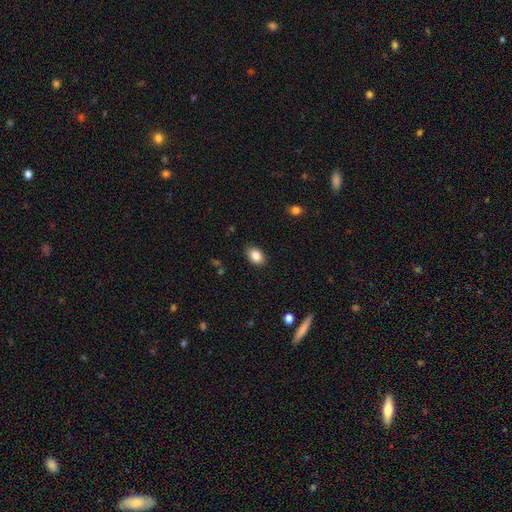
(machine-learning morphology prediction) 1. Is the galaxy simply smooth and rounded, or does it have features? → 87% smooth, 8% star or artifact, 5% featured or disk.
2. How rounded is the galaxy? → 79% in between, 20% round, 1% cigar-shaped.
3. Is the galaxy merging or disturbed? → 86% none, 10% minor disturbance, 2% major disturbance, 1% merger.